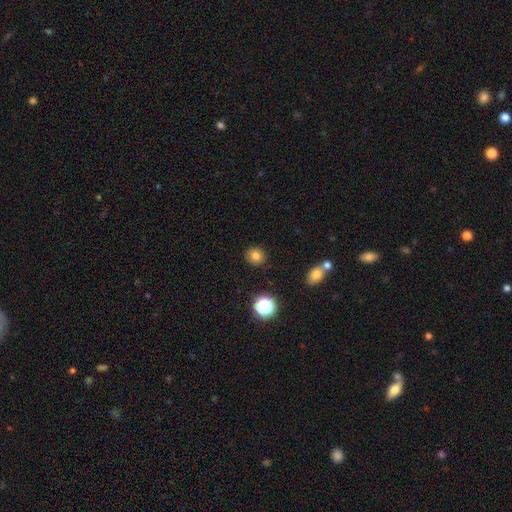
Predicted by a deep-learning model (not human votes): A smooth galaxy with no disk features (79%) that is round (84%).

Vote fractions:
- Smooth or featured? smooth: 79% / star or artifact: 14% / featured or disk: 7%
- How rounded? round: 84% / in between: 15% / cigar-shaped: 1%
- Merging? none: 89% / minor disturbance: 7% / major disturbance: 2% / merger: 2%